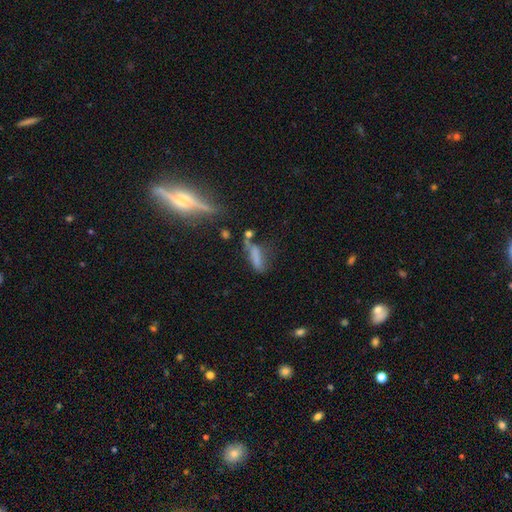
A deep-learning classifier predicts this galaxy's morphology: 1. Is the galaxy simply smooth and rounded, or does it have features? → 65% smooth, 21% featured or disk, 14% star or artifact.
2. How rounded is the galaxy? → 55% cigar-shaped, 41% in between, 4% round.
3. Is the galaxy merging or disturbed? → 38% none, 25% minor disturbance, 21% major disturbance, 16% merger.